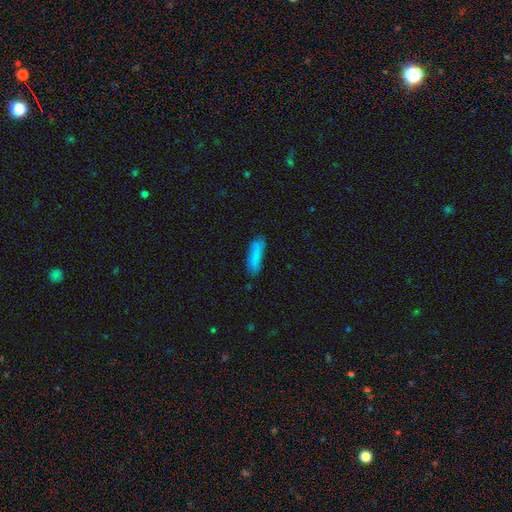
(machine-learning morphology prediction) This is clearly a smooth galaxy (81%). How rounded: likely cigar-shaped (60%). Merging: likely none (72%).